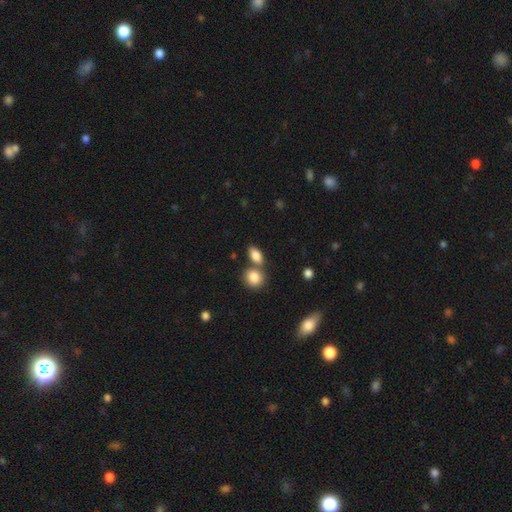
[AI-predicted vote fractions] Smooth or featured? smooth (84%)
How rounded? in between (80%)
Merging? none (53%)